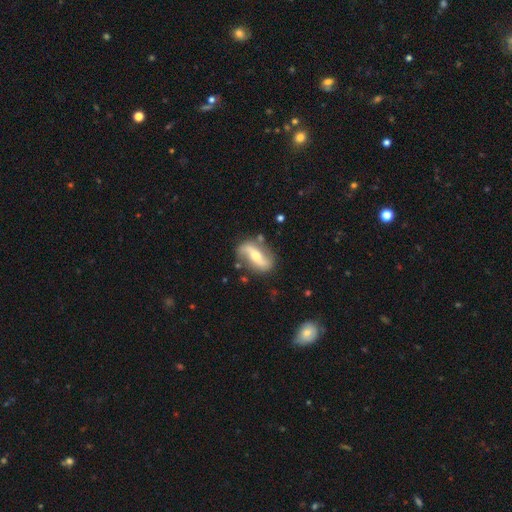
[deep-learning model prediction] Smooth or featured? Predicted: featured or disk (p=0.78). Edge-on disk? Predicted: no (p=0.88). Bar? Predicted: strong (p=0.44). Spiral arms? Predicted: yes (p=0.86). Spiral winding? Predicted: loose (p=0.75). Spiral arm count? Predicted: 2 (p=0.91). Bulge size? Predicted: moderate (p=0.57). Merging? Predicted: none (p=0.77).